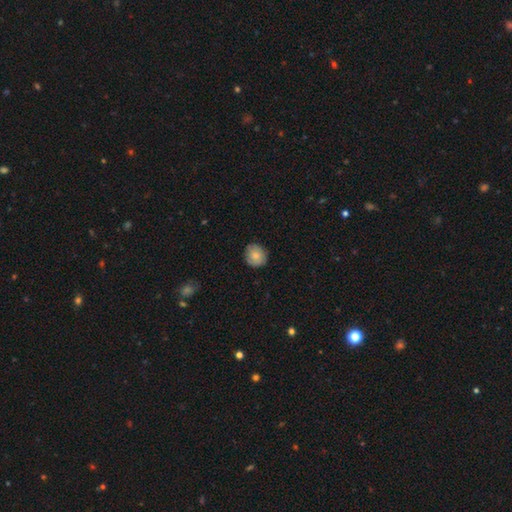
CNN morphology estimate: type=smooth (80%); roundness=round (82%); merging=none (83%).